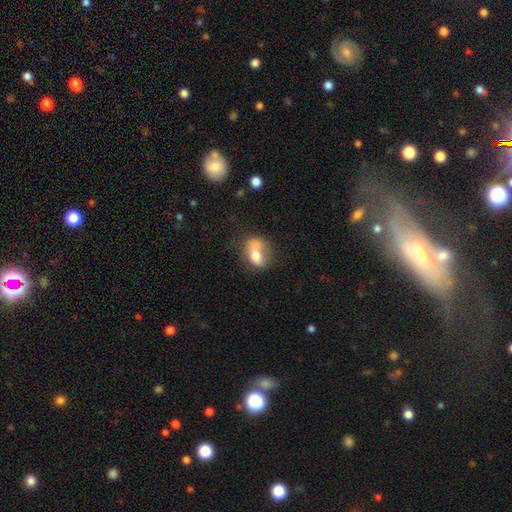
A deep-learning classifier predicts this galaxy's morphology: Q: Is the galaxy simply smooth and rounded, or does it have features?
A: smooth — 68%.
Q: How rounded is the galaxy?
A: in between — 67%.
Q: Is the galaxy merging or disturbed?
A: merger — 36%.